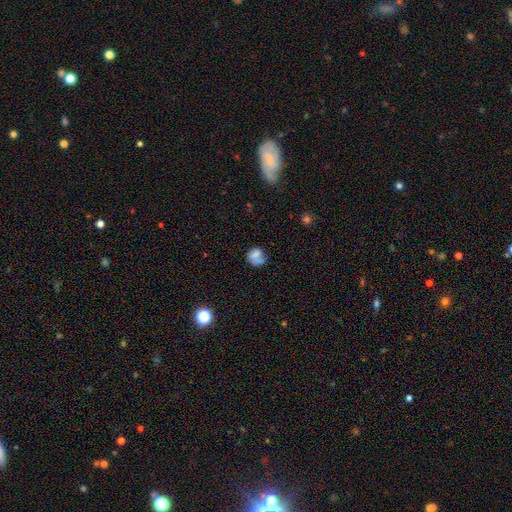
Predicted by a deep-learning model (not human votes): Smooth or featured? Predicted: smooth (p=0.58). How rounded? Predicted: round (p=0.61). Merging? Predicted: none (p=0.40).